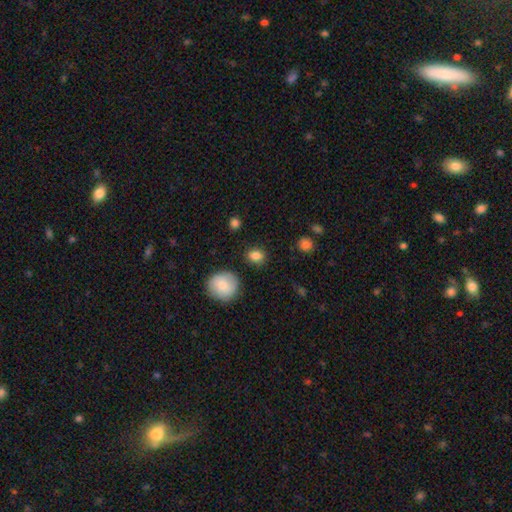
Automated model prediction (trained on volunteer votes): This is clearly a smooth galaxy (84%). How rounded: possibly round (55%). Merging: clearly none (85%).